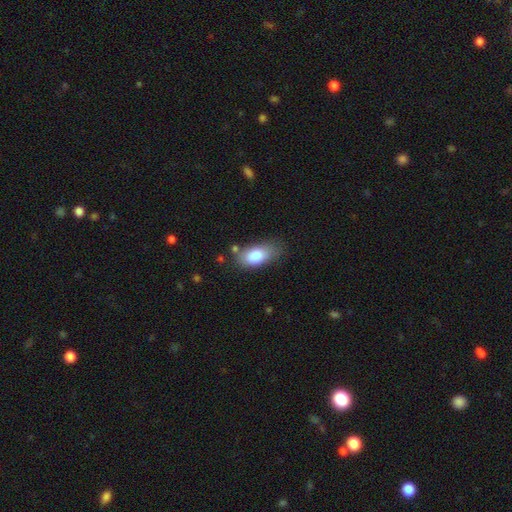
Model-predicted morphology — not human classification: Smooth or featured?
  - smooth: 81% *
  - featured or disk: 12%
  - star or artifact: 7%
How rounded?
  - in between: 89% *
  - cigar-shaped: 5%
  - round: 5%
Merging?
  - none: 63% *
  - minor disturbance: 25%
  - major disturbance: 7%
  - merger: 6%